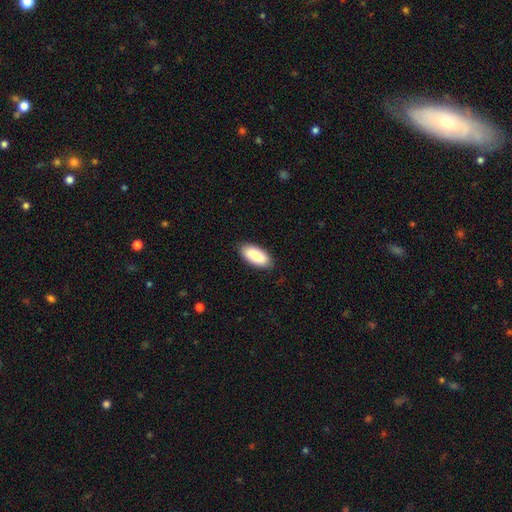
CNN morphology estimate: A smooth galaxy with no disk features (86%) that is in between round and cigar-shaped (91%). Merging: none (87%).